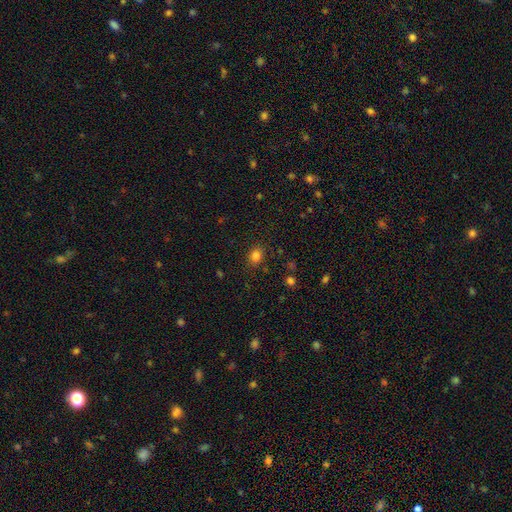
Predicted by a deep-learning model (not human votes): The model was most divided on "how rounded": round: 53%, in between: 46%, cigar-shaped: 1%. More confident: merging — none (84%); smooth or featured — smooth (82%).